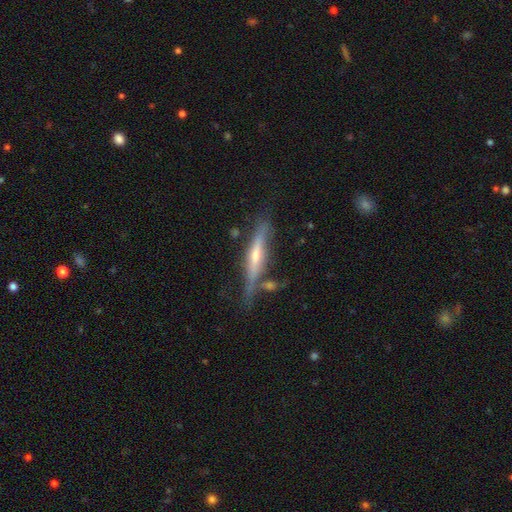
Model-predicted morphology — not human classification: This appears to be a featured or disk galaxy (68%) viewed edge-on (93%) with a rounded central bulge (65%). Merging: none (63%).